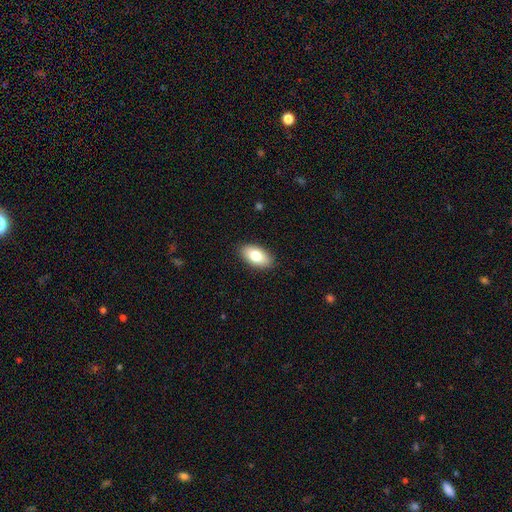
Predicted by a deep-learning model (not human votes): This is likely a smooth galaxy (79%). How rounded: clearly in between (93%). Merging: clearly none (88%).